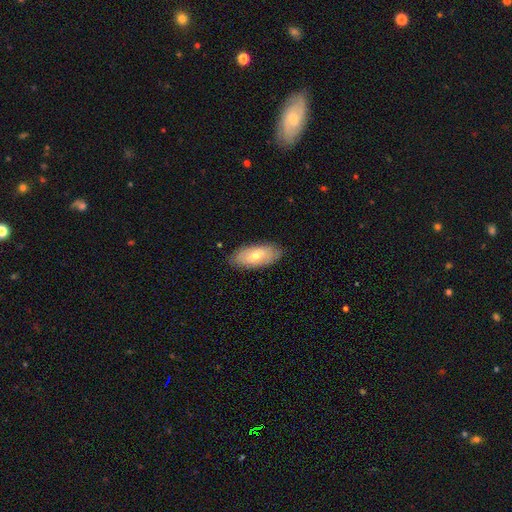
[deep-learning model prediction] Morphology: type=smooth (59%); roundness=in between (89%); merging=none (83%).